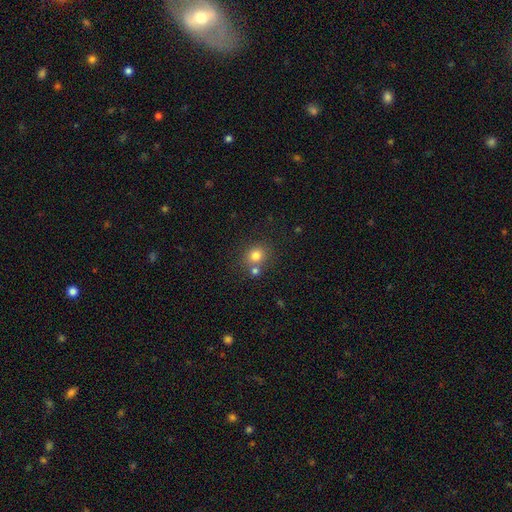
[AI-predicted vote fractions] Smooth or featured? smooth (78%)
How rounded? round (78%)
Merging? none (64%)